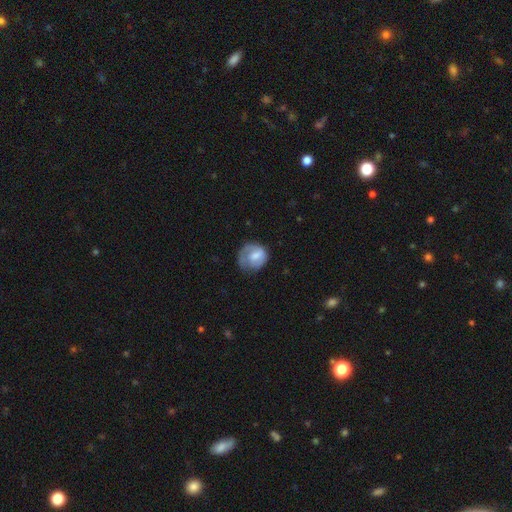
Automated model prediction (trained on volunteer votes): A smooth galaxy with no disk features (60%) that is round (74%). Merging: none (50%).